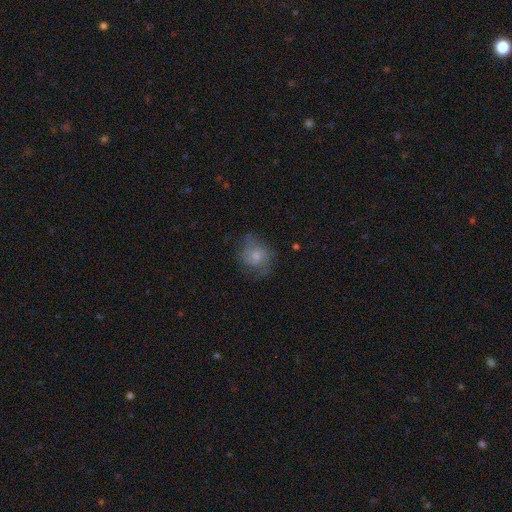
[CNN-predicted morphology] smooth-or-featured: smooth: 50% | featured or disk: 41% | star or artifact: 8%
  how-rounded: round: 68% | in between: 31% | cigar-shaped: 1%
  merging: none: 56% | minor disturbance: 26% | major disturbance: 16% | merger: 2%